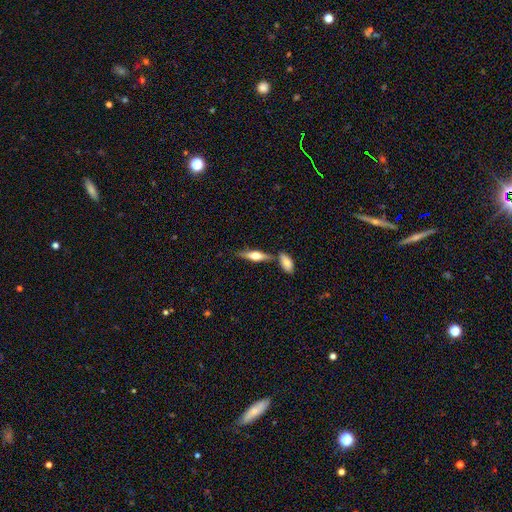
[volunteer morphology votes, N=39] smooth-or-featured: featured or disk: 69% | smooth: 26% | star or artifact: 5%
  disk-edge-on: yes: 93% | no: 7%
    edge-on-bulge: rounded: 96% | boxy: 4% | none: 0%
  merging: none: 57% | merger: 38% | minor disturbance: 3% | major disturbance: 3%